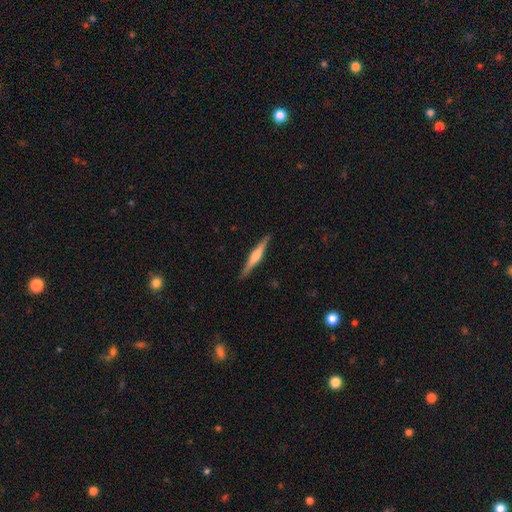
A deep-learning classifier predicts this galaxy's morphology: Smooth or featured? Predicted: featured or disk (p=0.62). Edge-on disk? Predicted: yes (p=0.98). Edge-on bulge? Predicted: rounded (p=0.59). Merging? Predicted: none (p=0.89).